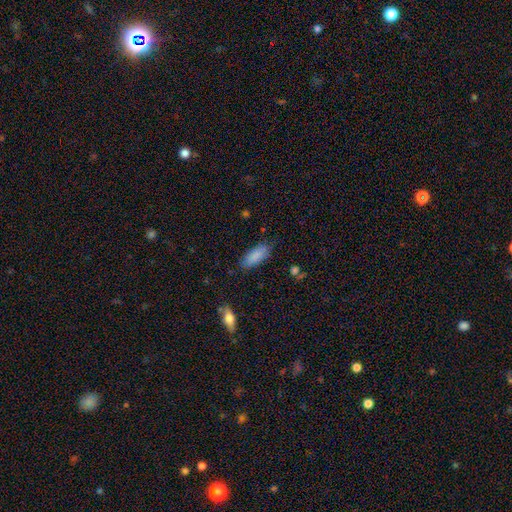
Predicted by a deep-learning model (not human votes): Overall: smooth (87%). How rounded: in between (78%). Merging: none (81%).